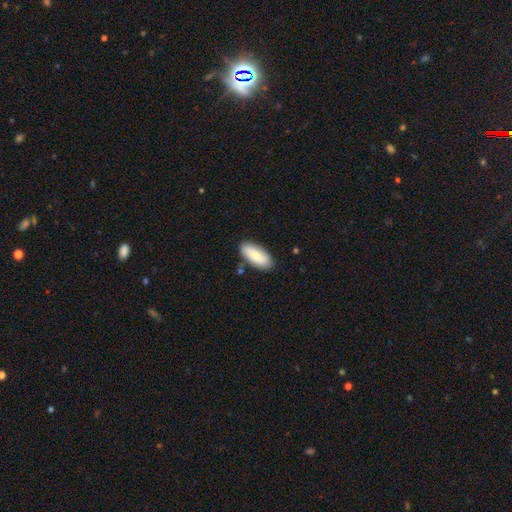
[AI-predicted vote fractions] Morphology: type=smooth (78%); roundness=in between (86%); merging=none (83%).